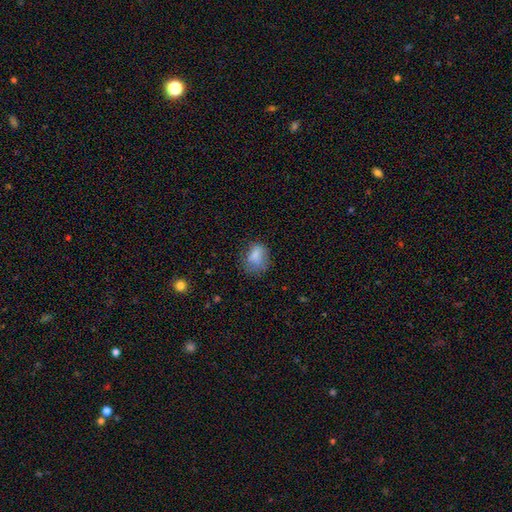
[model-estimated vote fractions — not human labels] A smooth galaxy with no disk features (77%) that is in between round and cigar-shaped (60%). Merging: none (54%).